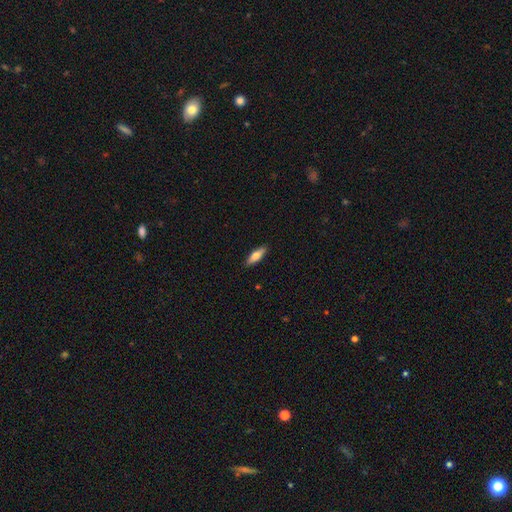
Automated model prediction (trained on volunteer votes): This appears to be a smooth galaxy with no disk features (70%) that is in between round and cigar-shaped (52%). Merging: none (88%).